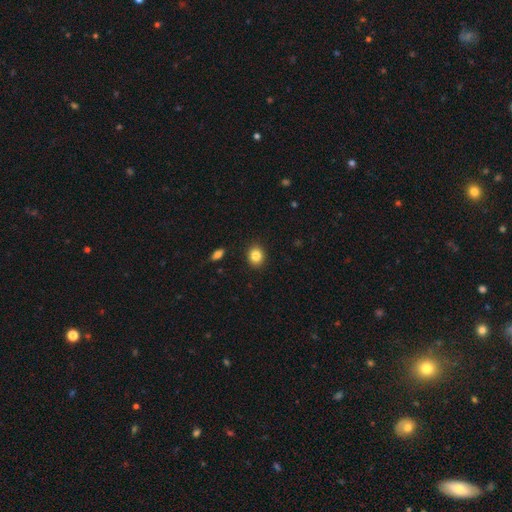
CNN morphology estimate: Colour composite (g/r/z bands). It shows a smooth galaxy with no disk features (85%) that is round (68%). Merging: none (90%).